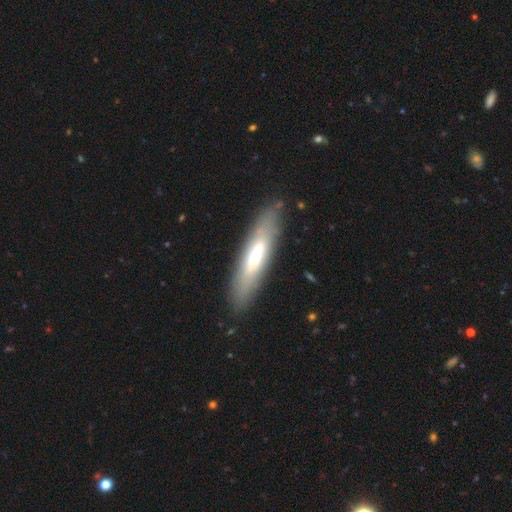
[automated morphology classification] A smooth galaxy with no disk features (48%).

Vote fractions:
- Smooth or featured? smooth: 48% / featured or disk: 46% / star or artifact: 6%
- Merging? none: 83% / minor disturbance: 12% / major disturbance: 4% / merger: 2%